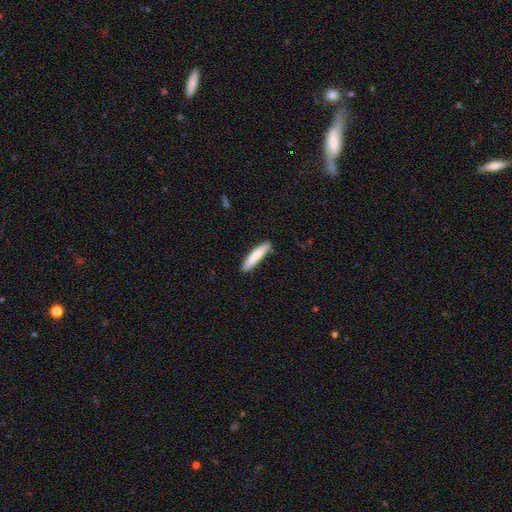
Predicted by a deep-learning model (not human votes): Morphology: type=smooth (76%); roundness=cigar-shaped (89%); merging=none (88%).